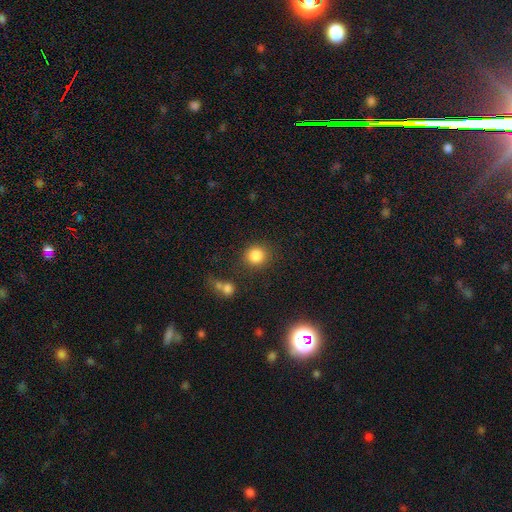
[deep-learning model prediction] Morphology: type=smooth (85%); roundness=round (90%); merging=none (82%).